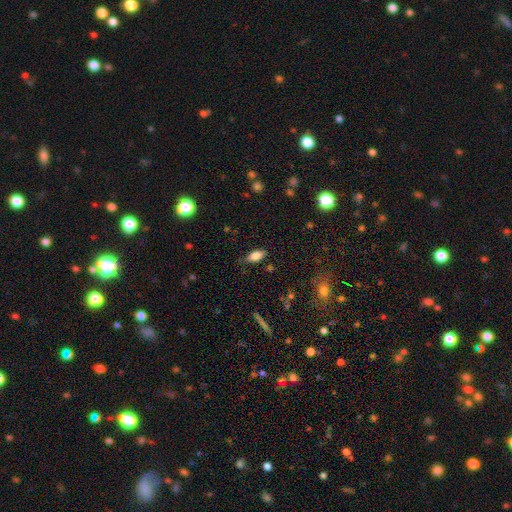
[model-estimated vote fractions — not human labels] smooth 82%, featured or disk 10%, star or artifact 8%. Down the decision tree: how rounded — in between (84%); merging — none (76%).